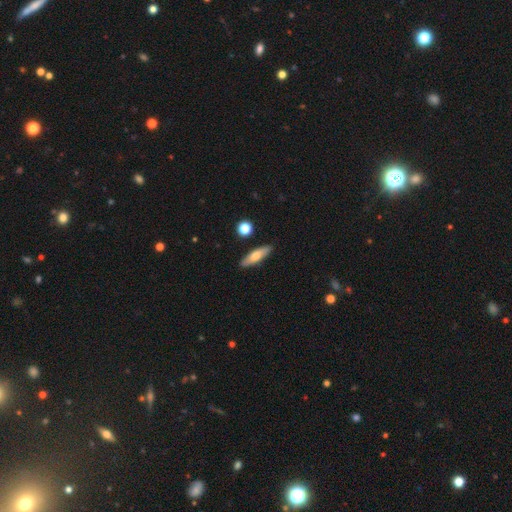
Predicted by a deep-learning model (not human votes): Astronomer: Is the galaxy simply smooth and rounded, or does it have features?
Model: smooth — 63%.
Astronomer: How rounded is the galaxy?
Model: cigar-shaped — 61%.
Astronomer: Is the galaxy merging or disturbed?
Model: none — 87%.